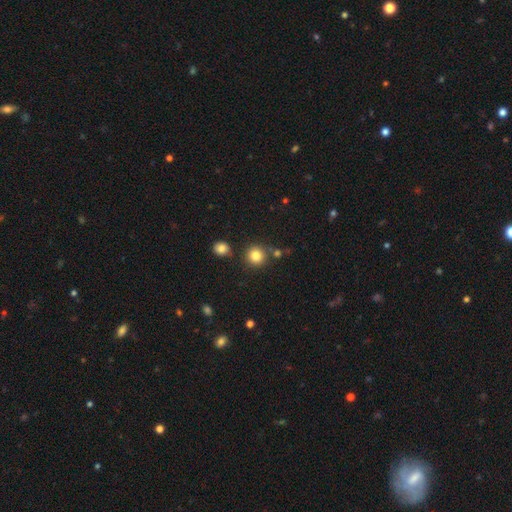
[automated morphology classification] Smooth or featured? smooth (83%)
How rounded? round (92%)
Merging? none (81%)